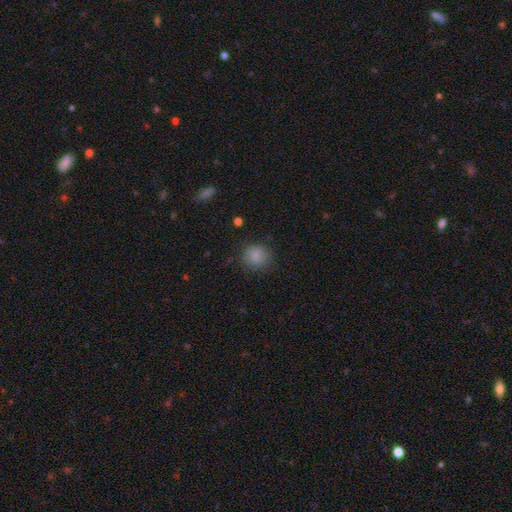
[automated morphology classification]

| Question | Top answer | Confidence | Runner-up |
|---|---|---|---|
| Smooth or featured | smooth | 84% | star or artifact (10%) |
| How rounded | round | 85% | in between (14%) |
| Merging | none | 79% | minor disturbance (15%) |